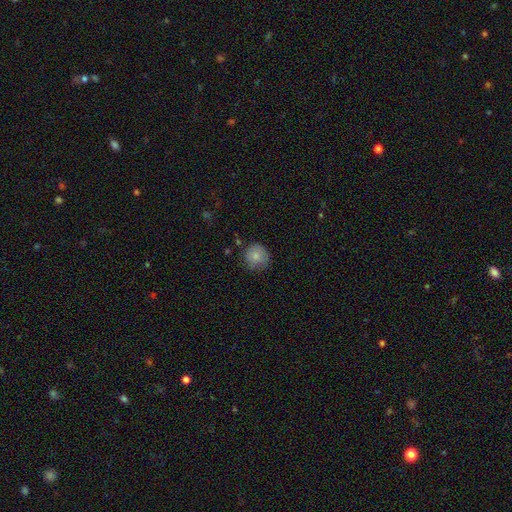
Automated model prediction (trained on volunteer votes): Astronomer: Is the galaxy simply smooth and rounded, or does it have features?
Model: smooth — 82%.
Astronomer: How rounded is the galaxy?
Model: round — 92%.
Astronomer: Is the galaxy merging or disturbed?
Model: none — 77%.